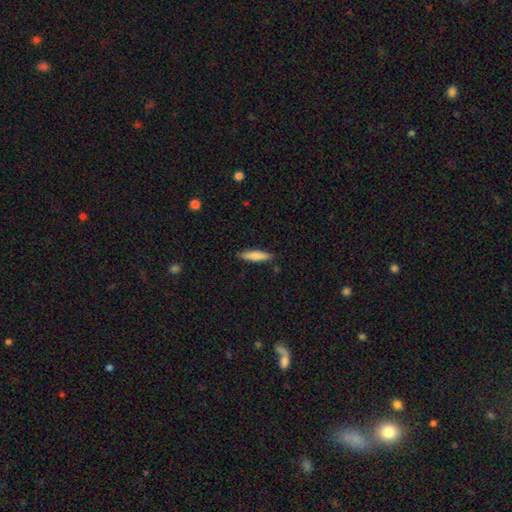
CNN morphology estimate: type=smooth (79%); roundness=cigar-shaped (81%); merging=none (88%).